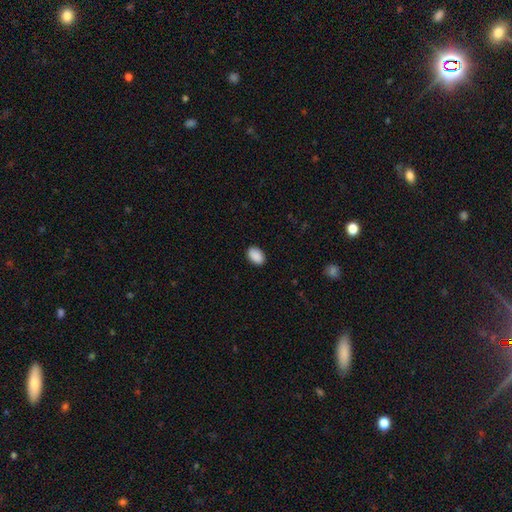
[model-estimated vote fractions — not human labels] This appears to be a smooth galaxy with no disk features (90%) that is in between round and cigar-shaped (88%). Merging: none (89%).